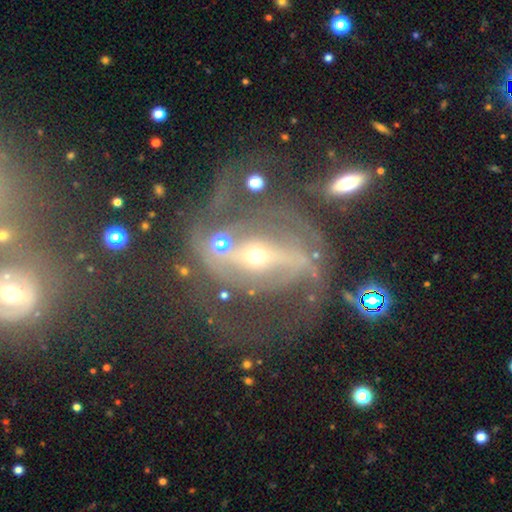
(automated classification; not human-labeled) Smooth or featured? Predicted: featured or disk (p=0.84). Edge-on disk? Predicted: no (p=0.95). Bar? Predicted: strong (p=0.56). Spiral arms? Predicted: yes (p=0.86). Spiral winding? Predicted: medium (p=0.48). Spiral arm count? Predicted: 2 (p=0.71). Bulge size? Predicted: small (p=0.55). Merging? Predicted: none (p=0.46).